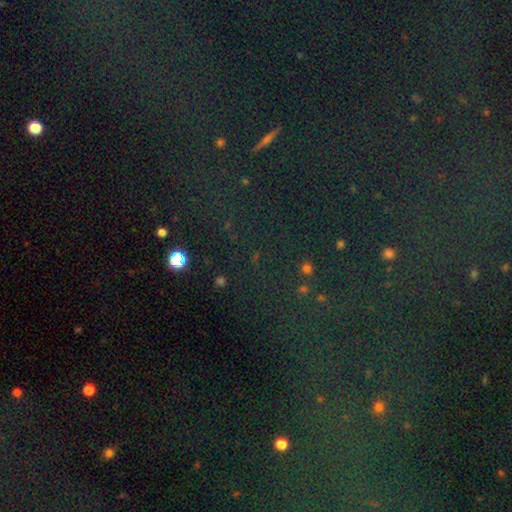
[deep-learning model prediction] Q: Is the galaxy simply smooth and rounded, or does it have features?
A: star or artifact — 77%.